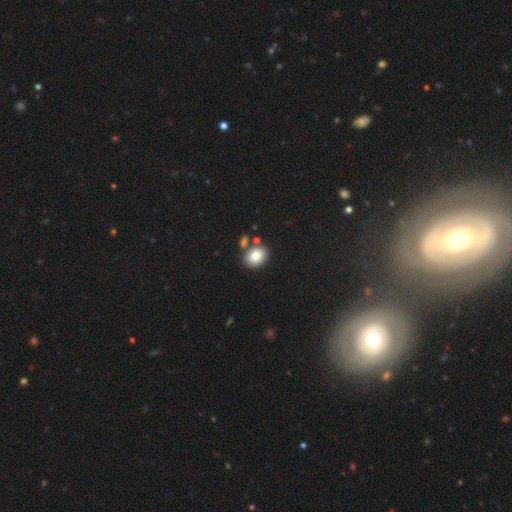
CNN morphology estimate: Smooth or featured? smooth (83%)
How rounded? in between (64%)
Merging? none (70%)